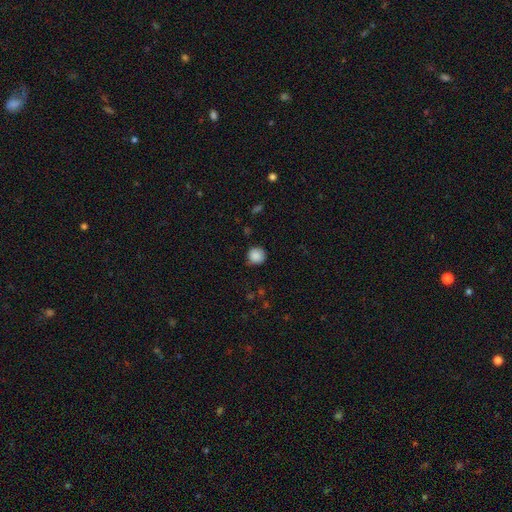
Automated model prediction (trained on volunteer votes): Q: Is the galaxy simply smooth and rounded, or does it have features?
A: smooth — 87%.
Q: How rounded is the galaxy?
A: round — 93%.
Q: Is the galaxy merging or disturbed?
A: none — 79%.